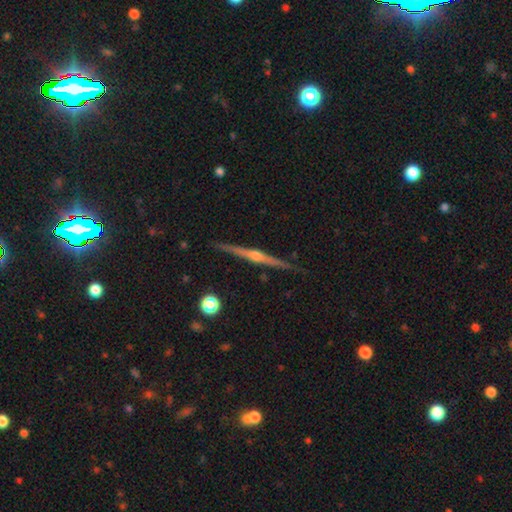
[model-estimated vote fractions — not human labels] featured or disk 86%, smooth 8%, star or artifact 5%. Down the decision tree: edge-on disk — yes (99%); edge-on bulge — rounded (90%); merging — none (91%).